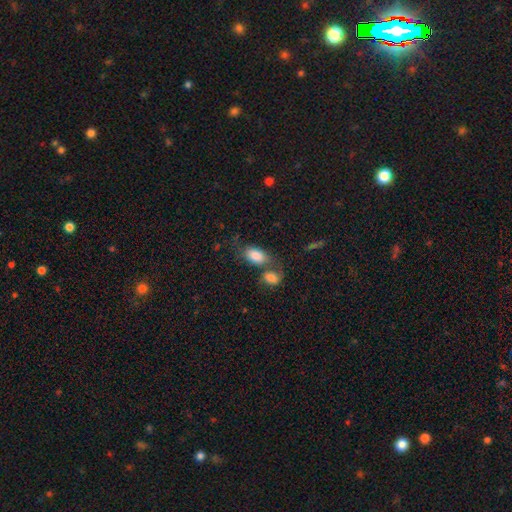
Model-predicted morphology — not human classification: Smooth or featured?
  - smooth: 82% *
  - featured or disk: 11%
  - star or artifact: 7%
How rounded?
  - in between: 89% *
  - round: 9%
  - cigar-shaped: 2%
Merging?
  - merger: 47% *
  - none: 34%
  - minor disturbance: 12%
  - major disturbance: 7%